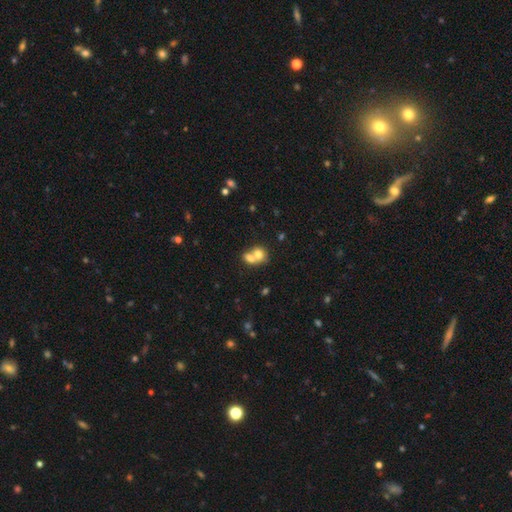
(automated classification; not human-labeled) Overall: smooth (72%). How rounded: round (51%; in between 48%). Merging: merger (71%).